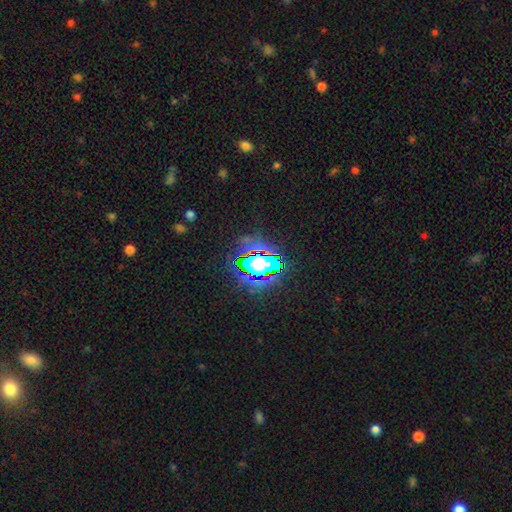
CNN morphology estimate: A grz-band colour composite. It shows a star or artifact, not a galaxy (83%).